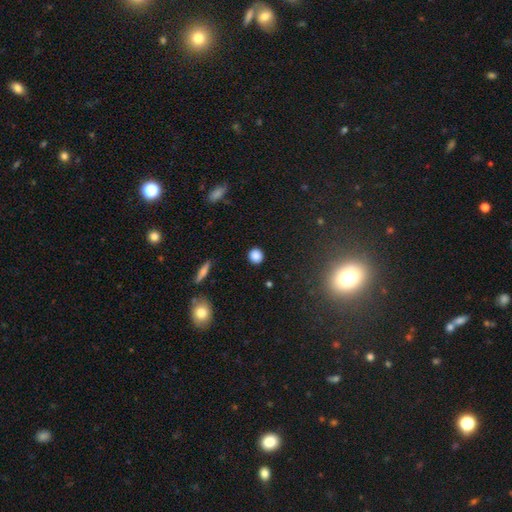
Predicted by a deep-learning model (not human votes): smooth 85%, star or artifact 10%, featured or disk 5%. Down the decision tree: how rounded — round (88%); merging — none (90%).